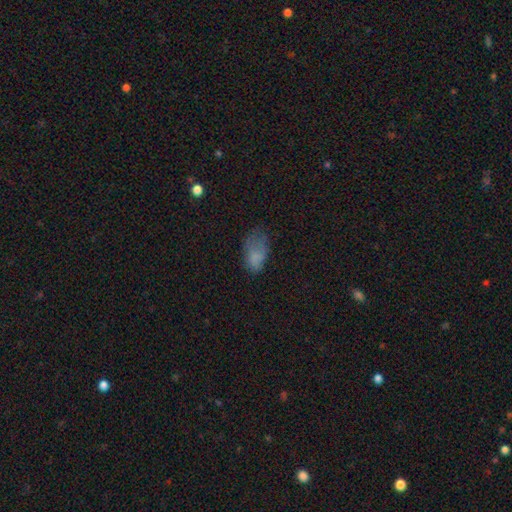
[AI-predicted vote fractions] Morphology: type=smooth (73%); roundness=in between (91%); merging=none (38%).